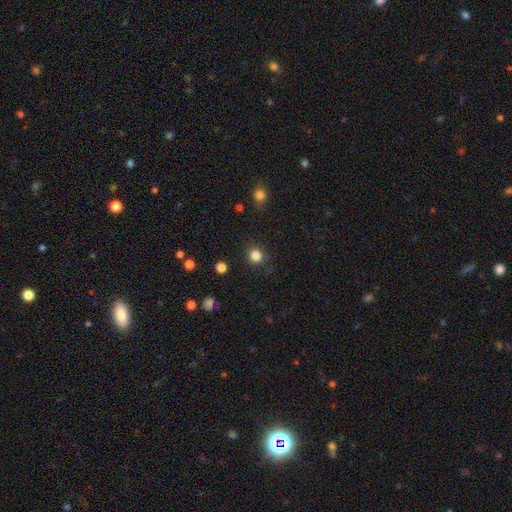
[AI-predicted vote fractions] The model was most divided on "smooth or featured": smooth: 83%, star or artifact: 13%, featured or disk: 4%. More confident: how rounded — round (89%); merging — none (86%).